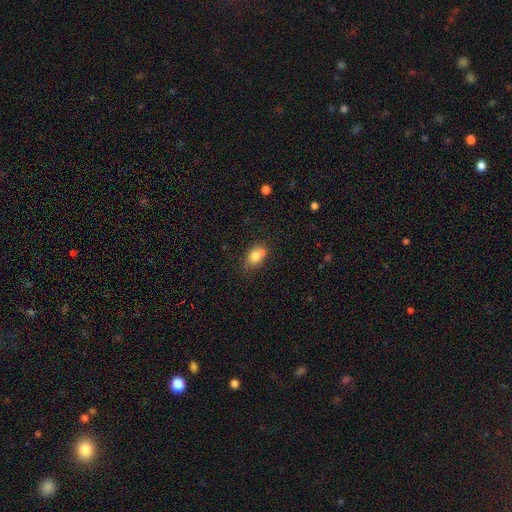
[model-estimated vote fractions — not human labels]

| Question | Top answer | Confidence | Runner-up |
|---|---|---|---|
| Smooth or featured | smooth | 79% | featured or disk (11%) |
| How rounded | in between | 73% | round (24%) |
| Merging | none | 52% | minor disturbance (23%) |